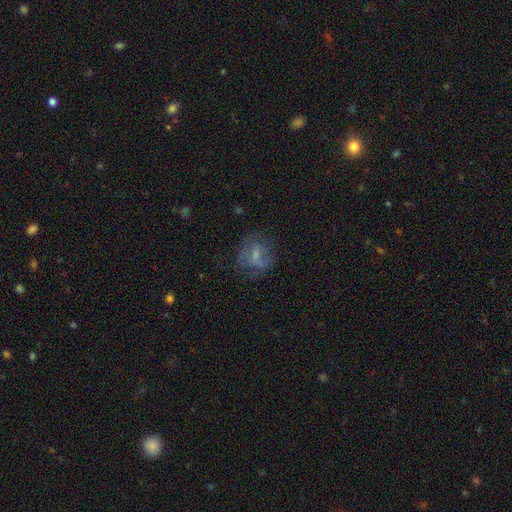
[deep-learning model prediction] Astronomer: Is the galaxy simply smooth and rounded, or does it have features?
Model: smooth — 44%, tied with featured or disk at 44%.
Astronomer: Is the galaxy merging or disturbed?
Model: none — 50%.